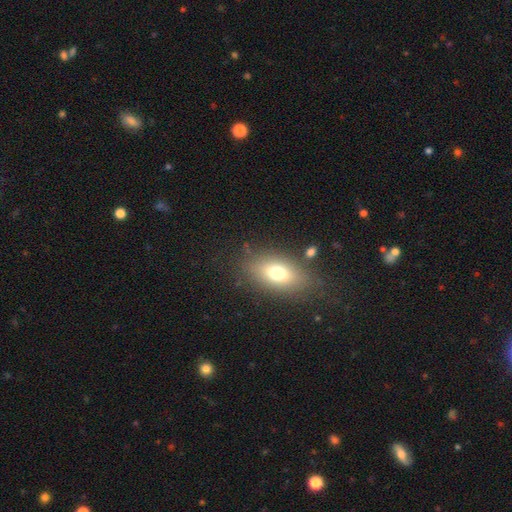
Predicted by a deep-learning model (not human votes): smooth_or_featured: smooth (p=0.64) [alt: star or artifact p=0.18]
how_rounded: in between (p=0.80) [alt: round p=0.11]
merging: none (p=0.82) [alt: minor disturbance p=0.12]